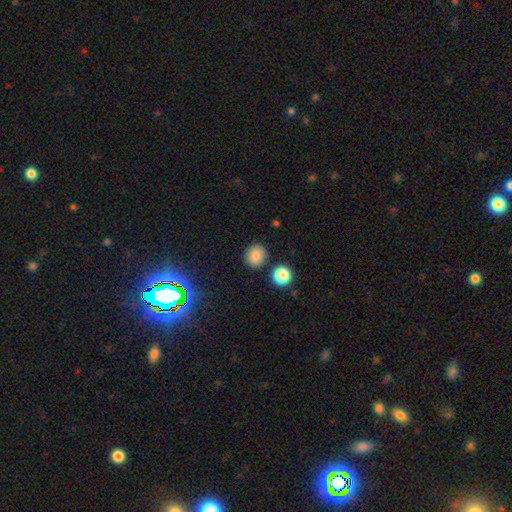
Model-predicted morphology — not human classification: Smooth or featured? Predicted: smooth (p=0.84). How rounded? Predicted: round (p=0.76). Merging? Predicted: none (p=0.83).